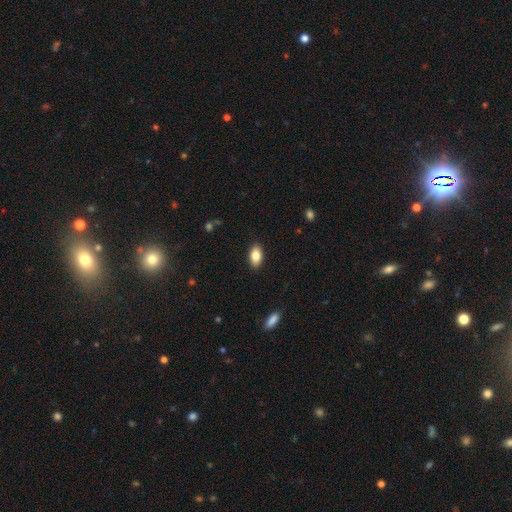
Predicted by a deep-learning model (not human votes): This is clearly a smooth galaxy (85%). How rounded: clearly in between (92%). Merging: clearly none (89%).